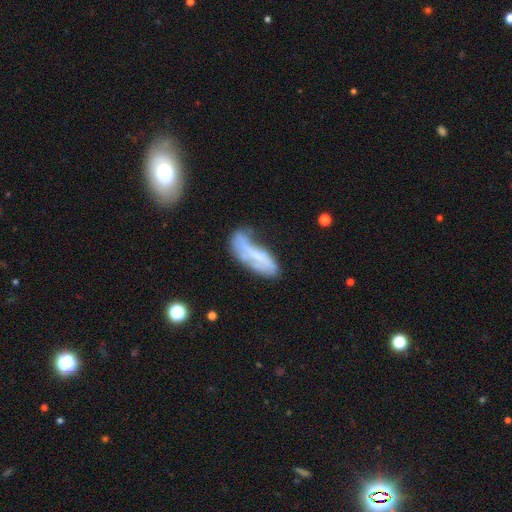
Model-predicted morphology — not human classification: A featured or disk galaxy (47%). Merging: none (36%).